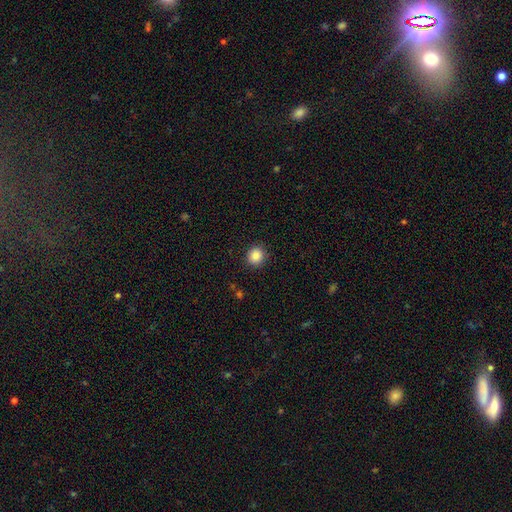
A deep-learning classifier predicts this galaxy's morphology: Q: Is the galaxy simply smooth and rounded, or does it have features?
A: smooth — 87%.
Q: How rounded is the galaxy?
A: round — 88%.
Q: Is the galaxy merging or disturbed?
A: none — 91%.